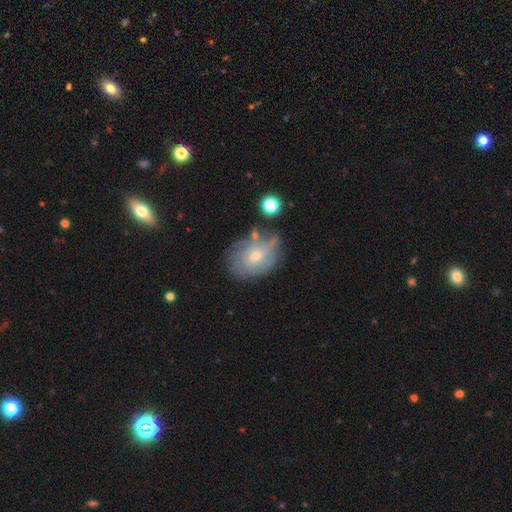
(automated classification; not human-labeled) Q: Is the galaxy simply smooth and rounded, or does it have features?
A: featured or disk — 69%.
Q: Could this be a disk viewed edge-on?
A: no — 96%.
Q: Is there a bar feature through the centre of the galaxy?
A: no — 73%.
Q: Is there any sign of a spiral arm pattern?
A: yes — 82%.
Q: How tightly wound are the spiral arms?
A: tight — 63%.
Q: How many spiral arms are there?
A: can't tell — 56%.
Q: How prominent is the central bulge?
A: small — 60%.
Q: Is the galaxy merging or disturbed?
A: none — 60%.